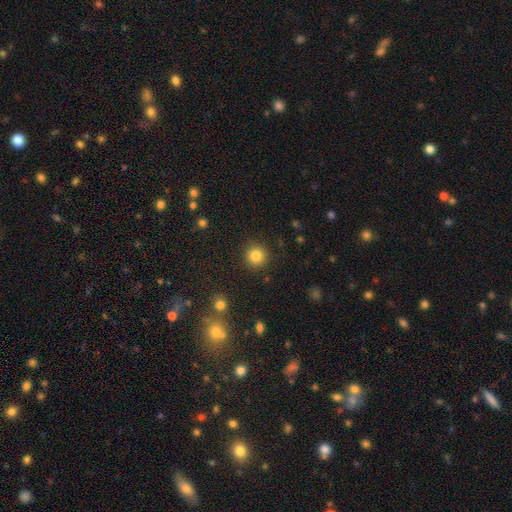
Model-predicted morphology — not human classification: Smooth or featured: smooth — 84% (star or artifact — 11%)
How rounded: round — 93% (in between — 6%)
Merging: none — 90% (minor disturbance — 6%)